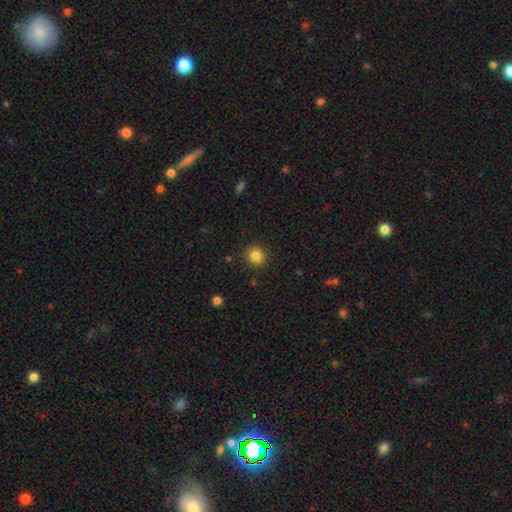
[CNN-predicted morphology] The model was most divided on "smooth or featured": smooth: 83%, star or artifact: 12%, featured or disk: 5%. More confident: how rounded — round (92%); merging — none (90%).